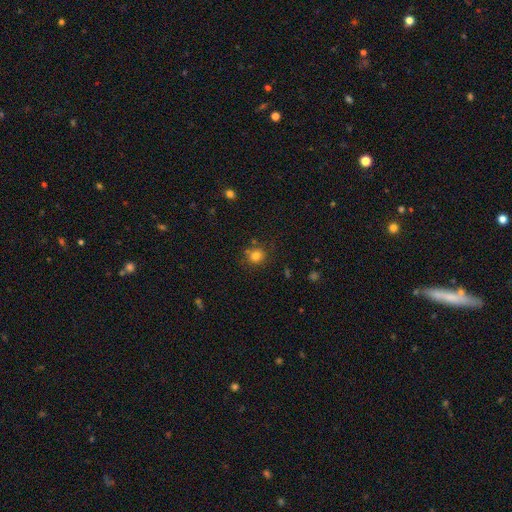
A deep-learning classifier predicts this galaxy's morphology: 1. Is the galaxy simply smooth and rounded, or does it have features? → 80% smooth, 14% star or artifact, 7% featured or disk.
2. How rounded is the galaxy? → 83% round, 16% in between, 1% cigar-shaped.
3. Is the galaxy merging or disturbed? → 76% none, 12% minor disturbance, 8% merger, 4% major disturbance.